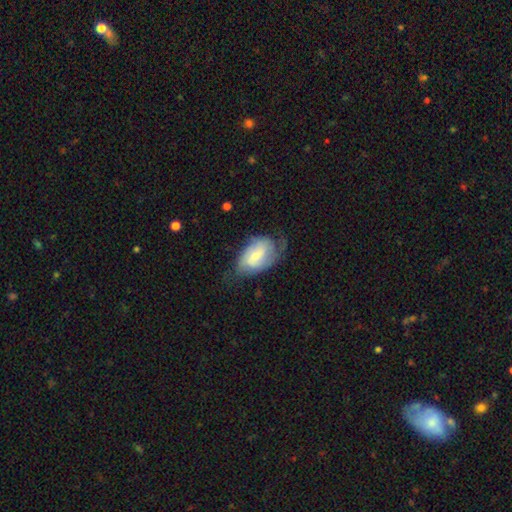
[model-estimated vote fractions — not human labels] Smooth or featured? featured or disk (53%)
Edge-on disk? no (95%)
Bar? weak (48%)
Spiral arms? yes (80%)
Bulge size? small (53%)
Merging? none (49%)